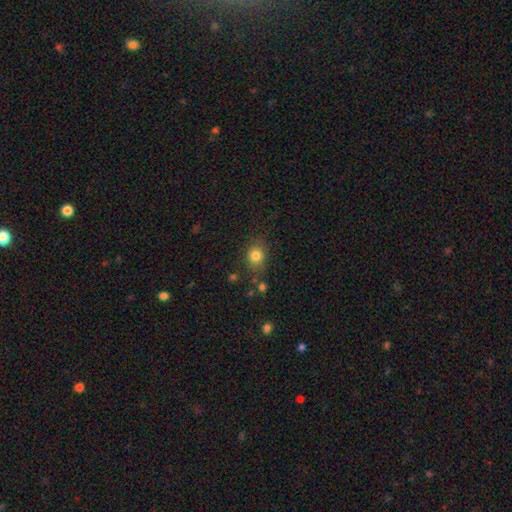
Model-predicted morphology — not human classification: Smooth or featured: smooth — 82% (star or artifact — 12%)
How rounded: round — 61% (in between — 38%)
Merging: none — 75% (minor disturbance — 15%)